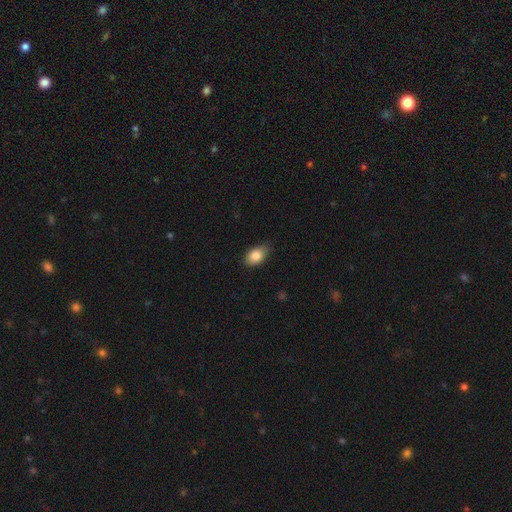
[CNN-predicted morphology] smooth-or-featured: smooth: 85% | featured or disk: 7% | star or artifact: 7%
  how-rounded: in between: 89% | round: 10% | cigar-shaped: 2%
  merging: none: 77% | minor disturbance: 19% | major disturbance: 3% | merger: 1%